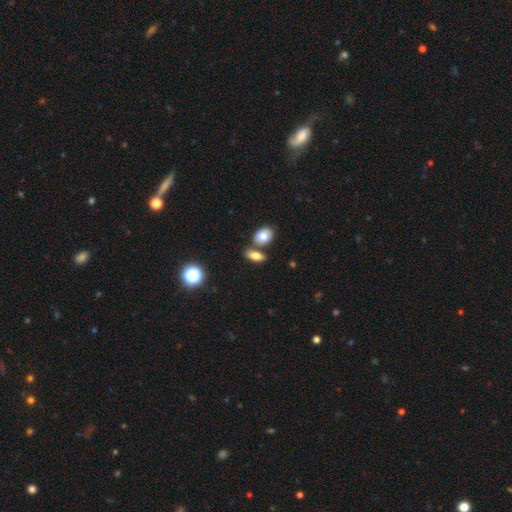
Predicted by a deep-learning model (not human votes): Smooth or featured? smooth (73%)
How rounded? in between (78%)
Merging? none (65%)